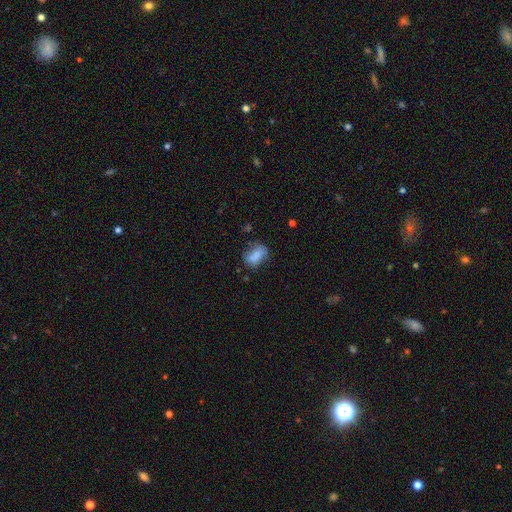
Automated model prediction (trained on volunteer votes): This is likely a smooth galaxy (77%). How rounded: clearly in between (82%). Merging: possibly none (54%).